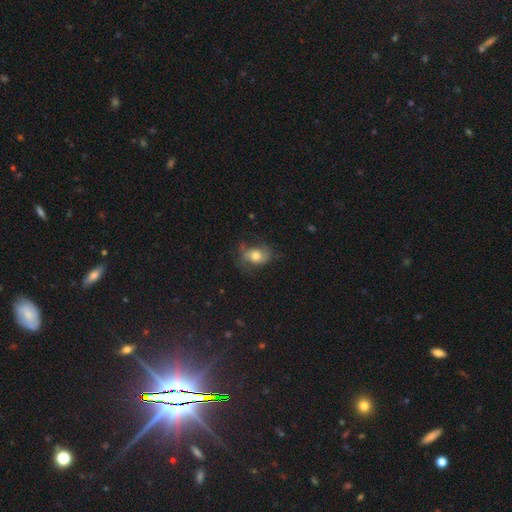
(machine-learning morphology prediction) Smooth or featured?
  - smooth: 54% *
  - featured or disk: 36%
  - star or artifact: 10%
How rounded?
  - in between: 66% *
  - round: 33%
  - cigar-shaped: 2%
Merging?
  - none: 53% *
  - minor disturbance: 27%
  - major disturbance: 19%
  - merger: 2%